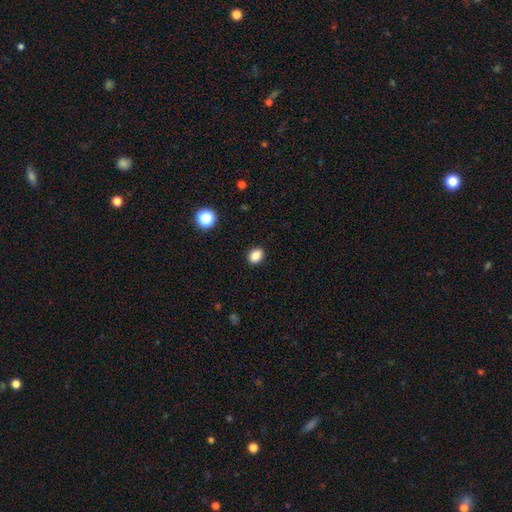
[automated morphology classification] Smooth or featured?
  - smooth: 86% *
  - star or artifact: 11%
  - featured or disk: 3%
How rounded?
  - in between: 56% *
  - round: 43%
  - cigar-shaped: 1%
Merging?
  - none: 90% *
  - minor disturbance: 7%
  - major disturbance: 2%
  - merger: 1%